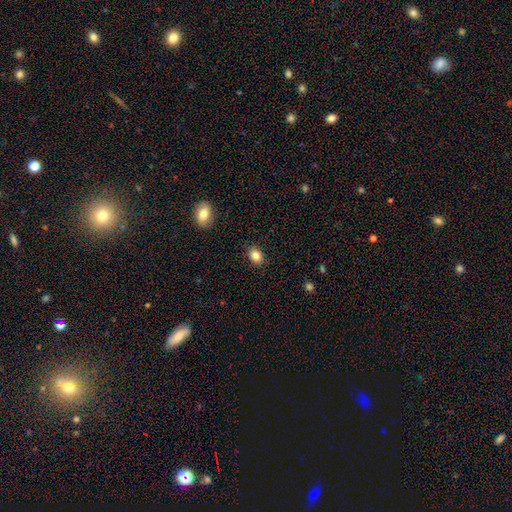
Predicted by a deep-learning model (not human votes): Smooth or featured? smooth (84%)
How rounded? in between (70%)
Merging? none (87%)